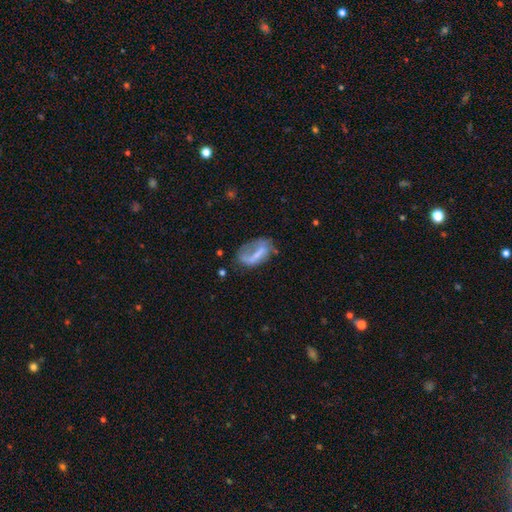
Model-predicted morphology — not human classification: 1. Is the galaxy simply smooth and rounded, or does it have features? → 47% smooth, 45% featured or disk, 9% star or artifact.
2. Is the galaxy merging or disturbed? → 36% none, 32% major disturbance, 27% minor disturbance, 4% merger.